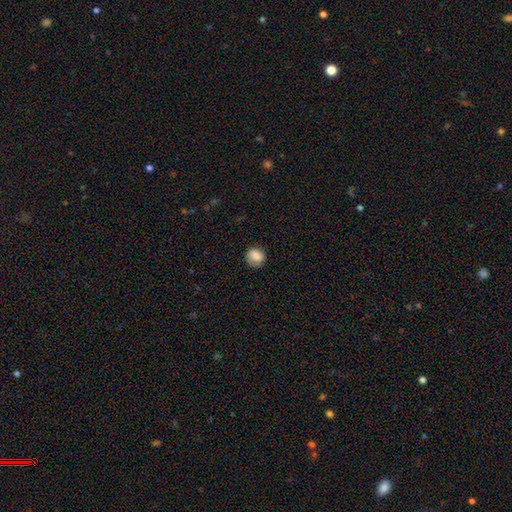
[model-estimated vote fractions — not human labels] Q: Smooth or featured?
A: smooth (77%); runner-up: featured or disk (14%)
Q: How rounded?
A: round (77%); runner-up: in between (22%)
Q: Merging?
A: none (72%); runner-up: minor disturbance (20%)